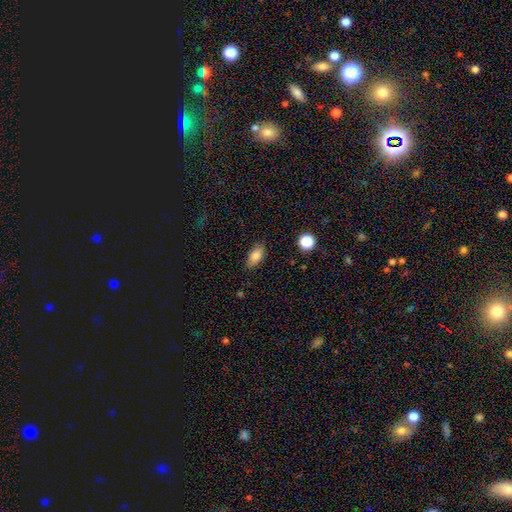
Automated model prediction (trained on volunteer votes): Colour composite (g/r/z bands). It shows a smooth galaxy with no disk features (85%) that is in between round and cigar-shaped (88%). Merging: none (81%).